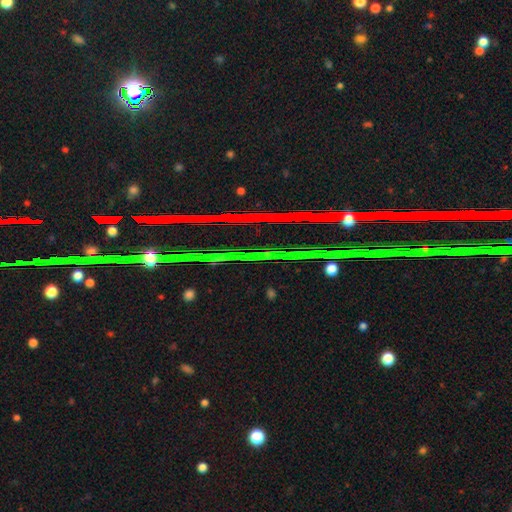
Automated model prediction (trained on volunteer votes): The model was most divided on "smooth or featured": star or artifact: 84%, featured or disk: 9%, smooth: 7%.